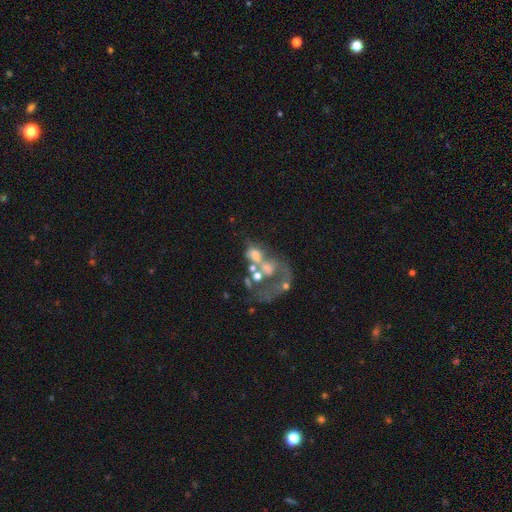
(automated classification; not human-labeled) Smooth or featured: featured or disk — 53% (smooth — 29%)
Edge-on disk: no — 97% (yes — 3%)
Bar: no — 88% (weak — 9%)
Spiral arms: no — 83% (yes — 17%)
Bulge size: none — 42% (moderate — 28%)
Merging: merger — 50% (major disturbance — 27%)